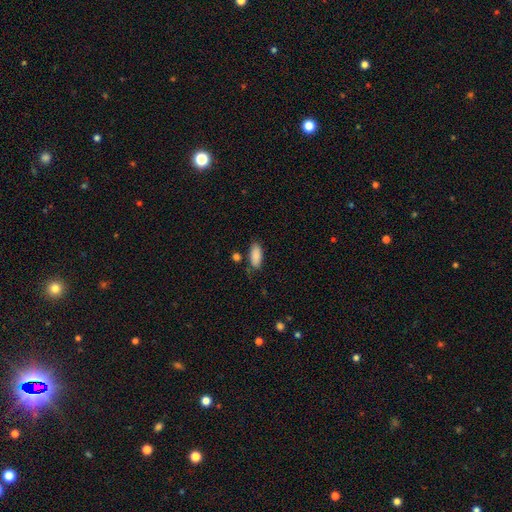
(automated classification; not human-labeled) smooth-or-featured: smooth: 88% | star or artifact: 7% | featured or disk: 5%
  how-rounded: in between: 85% | cigar-shaped: 13% | round: 2%
  merging: none: 77% | minor disturbance: 15% | merger: 5% | major disturbance: 4%